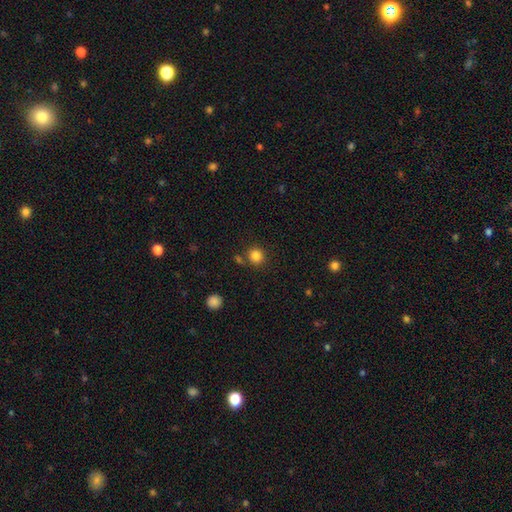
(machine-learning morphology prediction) Overall: smooth (84%). How rounded: round (89%). Merging: none (78%).